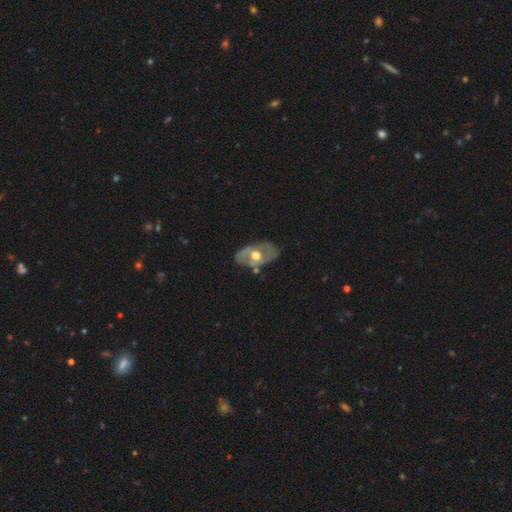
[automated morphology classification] Smooth or featured: featured or disk — 66% (smooth — 29%)
Edge-on disk: no — 90% (yes — 10%)
Bar: no — 76% (weak — 18%)
Spiral arms: no — 67% (yes — 33%)
Bulge size: moderate — 75% (large — 18%)
Merging: none — 67% (minor disturbance — 22%)